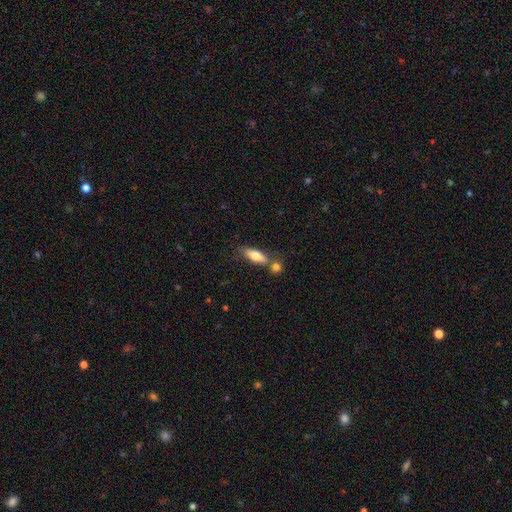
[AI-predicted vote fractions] Smooth or featured? Predicted: smooth (p=0.70). How rounded? Predicted: in between (p=0.61). Merging? Predicted: none (p=0.56).